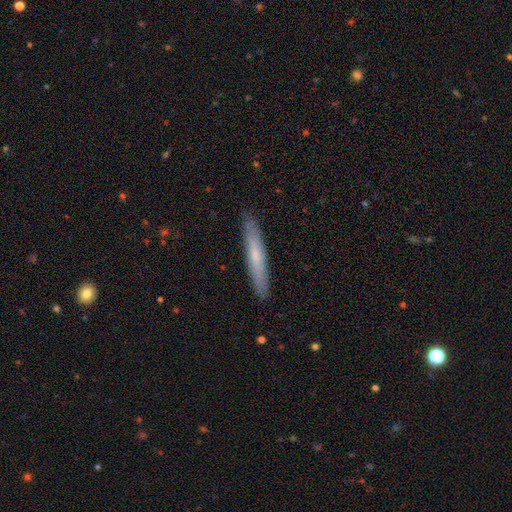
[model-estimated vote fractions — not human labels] Q: Smooth or featured?
A: smooth (61%); runner-up: featured or disk (34%)
Q: How rounded?
A: cigar-shaped (94%); runner-up: in between (5%)
Q: Merging?
A: none (91%); runner-up: minor disturbance (7%)